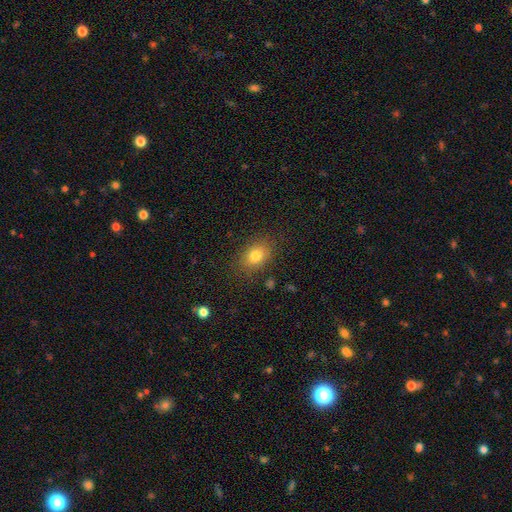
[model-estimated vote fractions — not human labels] Smooth or featured: smooth — 80% (star or artifact — 11%)
How rounded: in between — 63% (round — 35%)
Merging: none — 82% (minor disturbance — 12%)